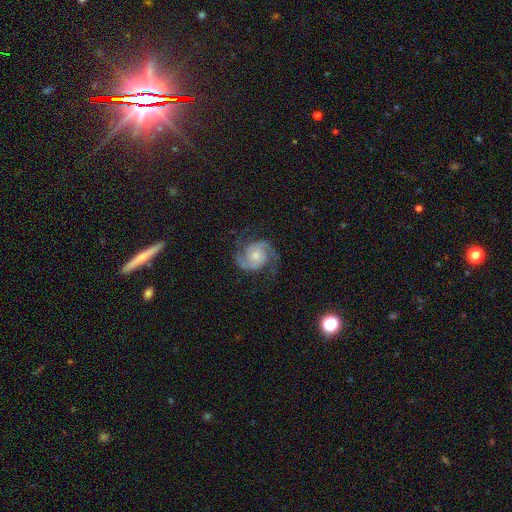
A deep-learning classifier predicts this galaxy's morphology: Smooth or featured?
  - featured or disk: 90% *
  - star or artifact: 5%
  - smooth: 5%
Edge-on disk?
  - no: 98% *
  - yes: 2%
Bar?
  - no: 71% *
  - weak: 24%
  - strong: 5%
Spiral arms?
  - yes: 98% *
  - no: 2%
Spiral winding?
  - medium: 54% *
  - tight: 31%
  - loose: 14%
Spiral arm count?
  - 2: 89% *
  - 3: 4%
  - can't tell: 2%
  - 1: 1%
  - 4: 1%
  - more than 4: 1%
Bulge size?
  - small: 44% *
  - moderate: 43%
  - large: 6%
  - none: 6%
  - dominant: 1%
Merging?
  - none: 77% *
  - minor disturbance: 14%
  - major disturbance: 7%
  - merger: 1%